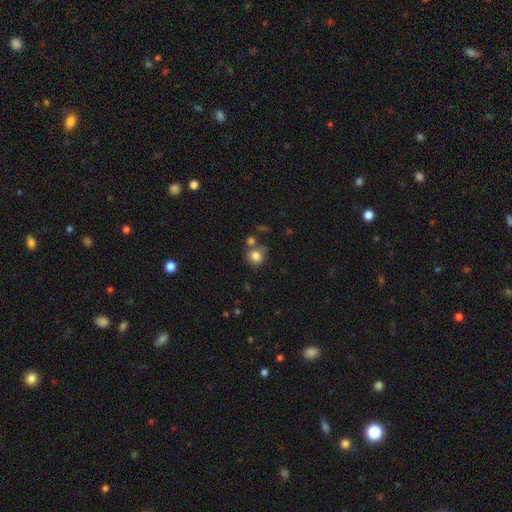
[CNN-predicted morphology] This is clearly a smooth galaxy (81%). How rounded: clearly round (82%). Merging: possibly none (59%).